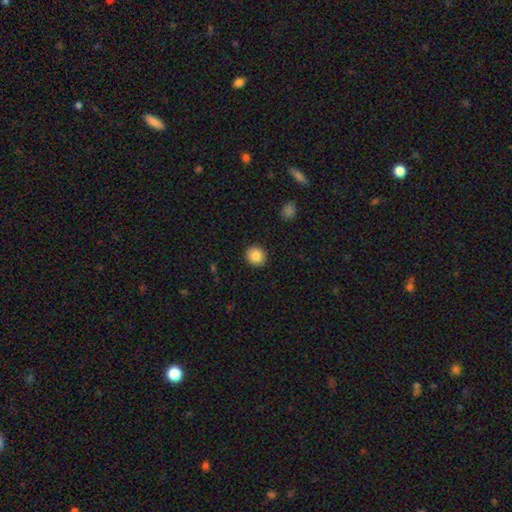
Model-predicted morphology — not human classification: type=smooth (86%); roundness=round (86%); merging=none (92%).